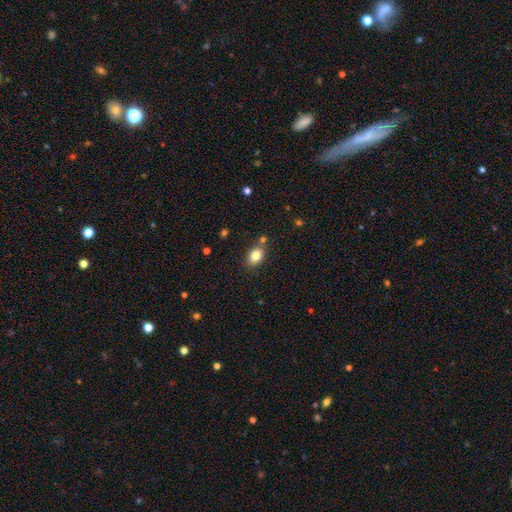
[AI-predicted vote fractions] Smooth or featured? smooth (83%)
How rounded? in between (78%)
Merging? none (76%)